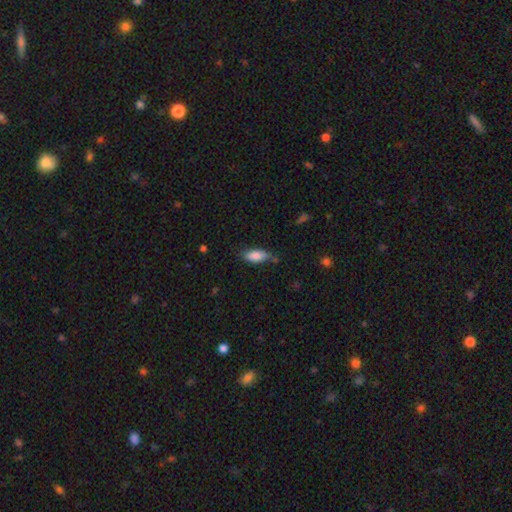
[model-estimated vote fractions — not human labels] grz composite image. It shows a smooth galaxy with no disk features (84%) that is in between round and cigar-shaped (81%). Merging: none (65%).